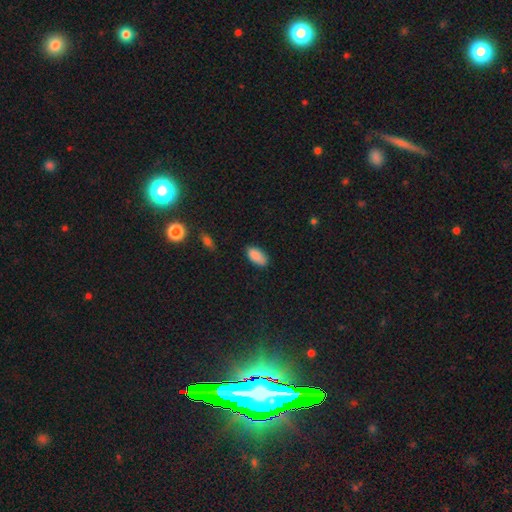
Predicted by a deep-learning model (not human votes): smooth 88%, star or artifact 8%, featured or disk 4%. Down the decision tree: how rounded — in between (94%); merging — none (80%).